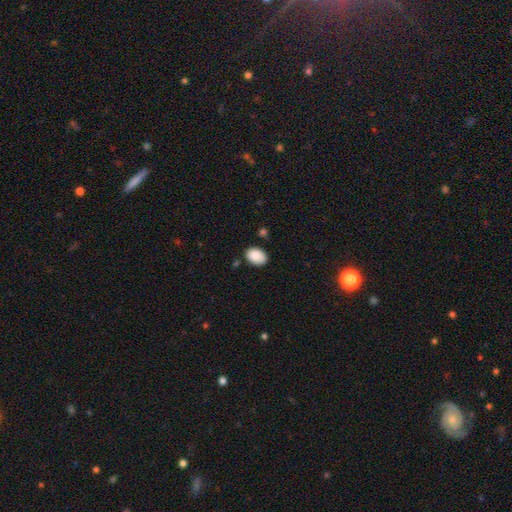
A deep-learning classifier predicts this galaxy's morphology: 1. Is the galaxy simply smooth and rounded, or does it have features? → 89% smooth, 7% star or artifact, 4% featured or disk.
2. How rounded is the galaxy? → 82% in between, 17% round, 1% cigar-shaped.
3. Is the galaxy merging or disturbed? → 81% none, 13% minor disturbance, 3% merger, 3% major disturbance.